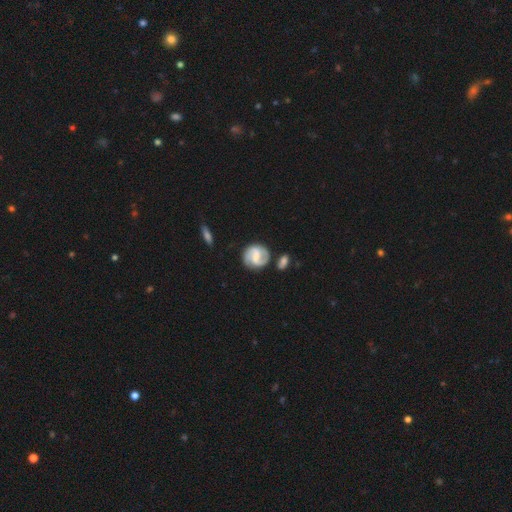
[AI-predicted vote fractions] featured or disk 76%, smooth 18%, star or artifact 6%. Down the decision tree: edge-on disk — no (97%); bar — weak (48%); spiral arms — yes (94%); spiral arm count — 2 (85%); spiral winding — medium (47%); bulge size — small (35%); merging — none (71%).